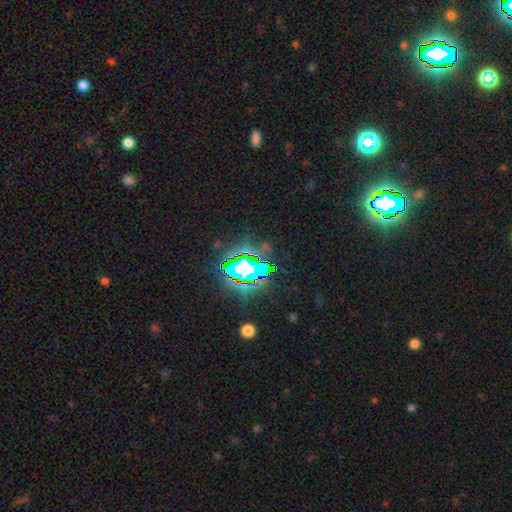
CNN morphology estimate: Smooth or featured? Predicted: star or artifact (p=0.82).